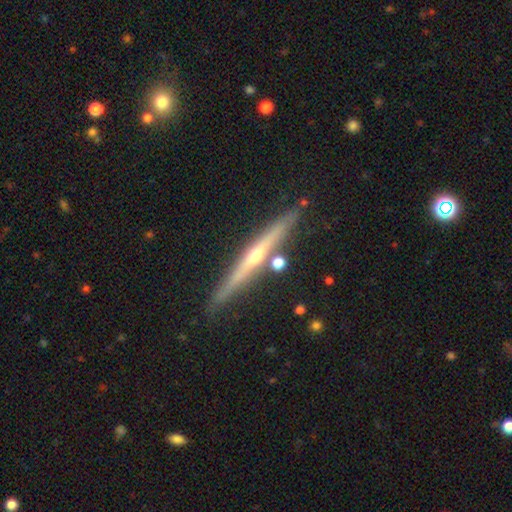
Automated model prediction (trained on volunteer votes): Smooth or featured? Predicted: featured or disk (p=0.77). Edge-on disk? Predicted: yes (p=0.97). Edge-on bulge? Predicted: rounded (p=0.78). Merging? Predicted: none (p=0.85).